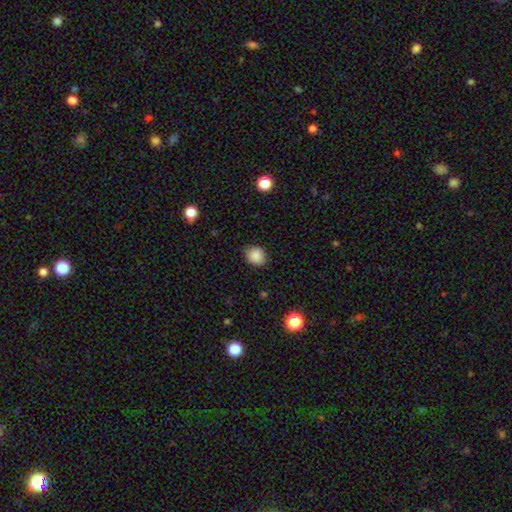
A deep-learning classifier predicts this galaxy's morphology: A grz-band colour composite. It shows a smooth galaxy with no disk features (87%) that is round (66%). Merging: none (85%).